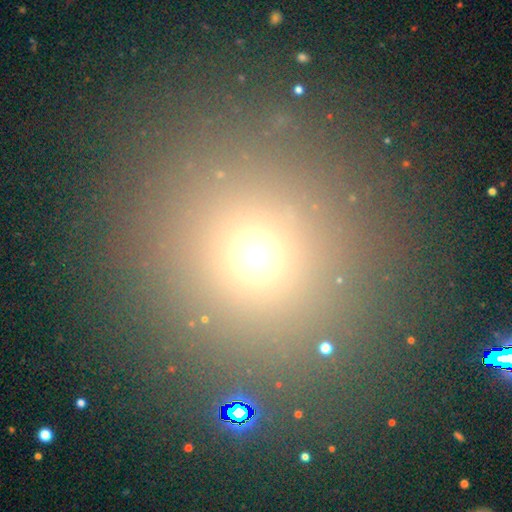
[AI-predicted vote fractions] This is likely a smooth galaxy (66%). How rounded: clearly round (87%). Merging: clearly none (84%).